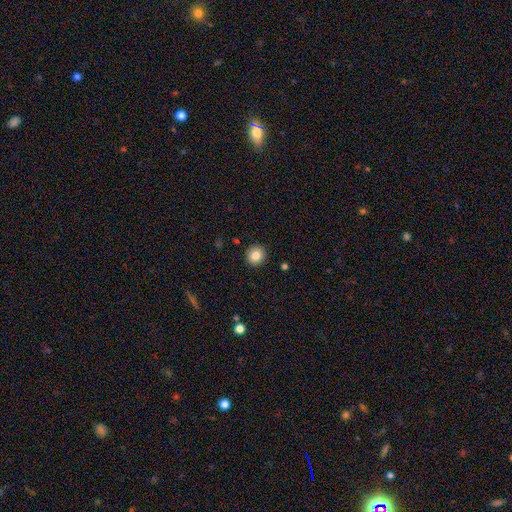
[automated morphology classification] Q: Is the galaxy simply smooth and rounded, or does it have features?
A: smooth — 84%.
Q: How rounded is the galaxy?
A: round — 92%.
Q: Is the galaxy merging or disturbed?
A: none — 92%.